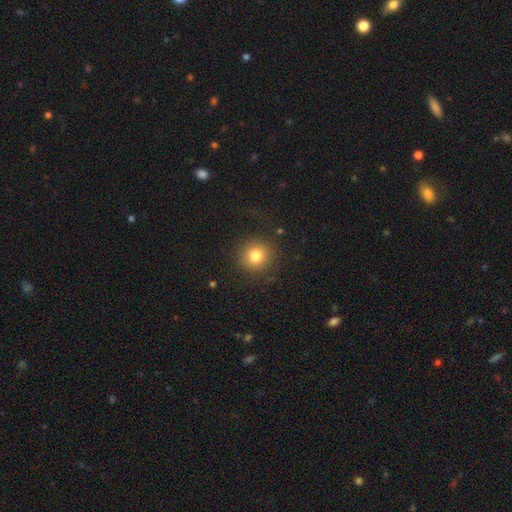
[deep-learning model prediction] Overall: smooth (80%). How rounded: round (90%). Merging: none (86%).